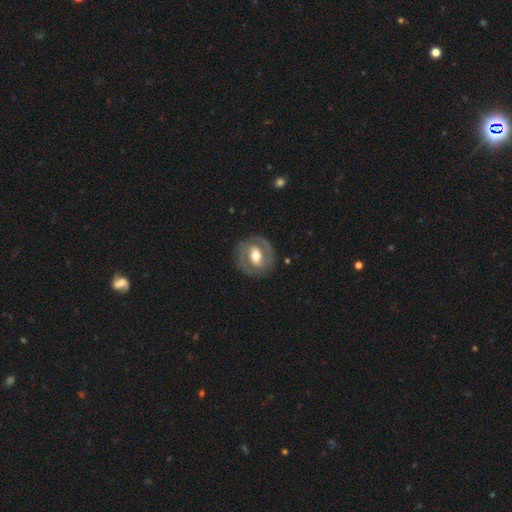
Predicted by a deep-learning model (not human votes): This appears to be a featured or disk galaxy (75%) with a weak bar (41%), 2 (85%) tight (46%) spiral arms (77%) and a moderate central bulge (69%). Merging: none (83%).